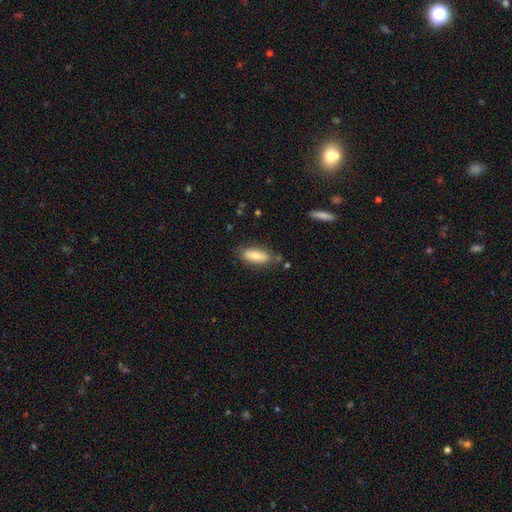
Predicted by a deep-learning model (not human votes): smooth 78%, featured or disk 15%, star or artifact 7%. Down the decision tree: how rounded — in between (75%); merging — none (74%).